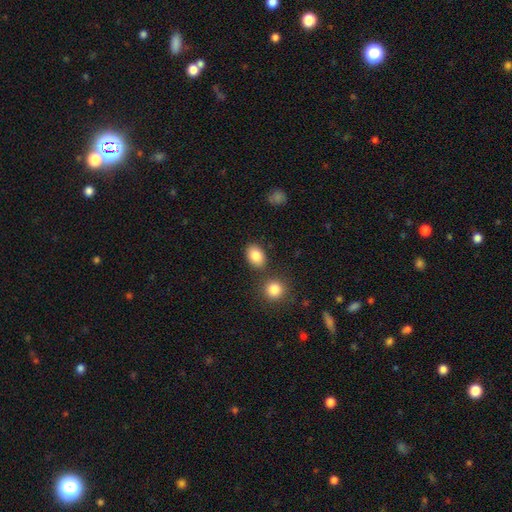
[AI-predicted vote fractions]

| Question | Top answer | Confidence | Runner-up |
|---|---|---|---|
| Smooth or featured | smooth | 85% | star or artifact (8%) |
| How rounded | in between | 78% | round (21%) |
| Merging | none | 77% | minor disturbance (10%) |